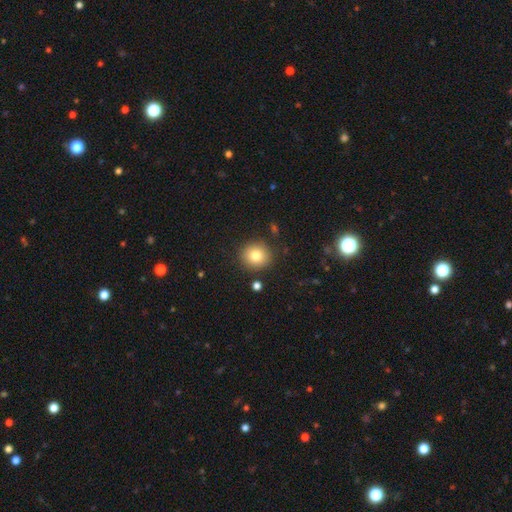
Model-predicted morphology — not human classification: This appears to be a smooth galaxy with no disk features (80%) that is round (90%). Merging: none (88%).